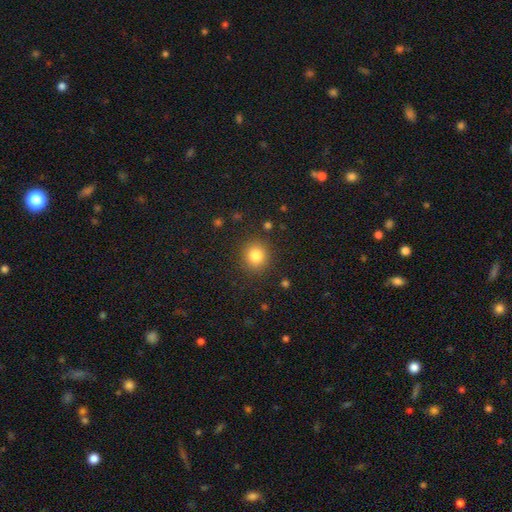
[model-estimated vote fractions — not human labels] smooth 83%, star or artifact 11%, featured or disk 6%. Down the decision tree: how rounded — round (87%); merging — none (88%).